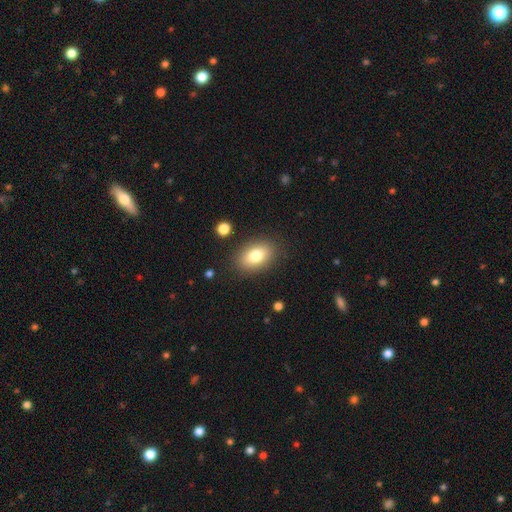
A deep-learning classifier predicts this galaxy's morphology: Smooth or featured? smooth (80%)
How rounded? in between (87%)
Merging? none (85%)